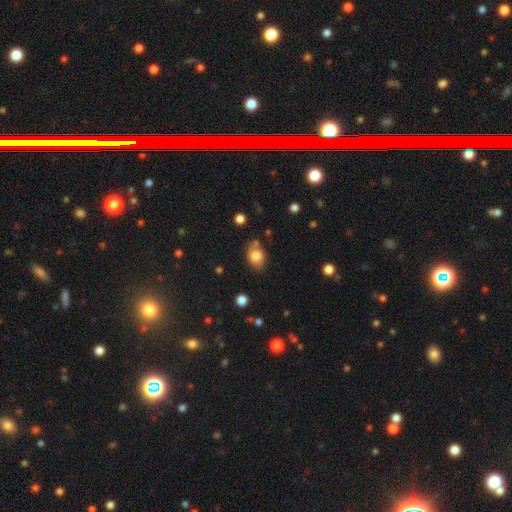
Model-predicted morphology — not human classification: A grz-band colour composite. It shows a smooth galaxy with no disk features (79%) that is in between round and cigar-shaped (74%). Merging: none (71%).